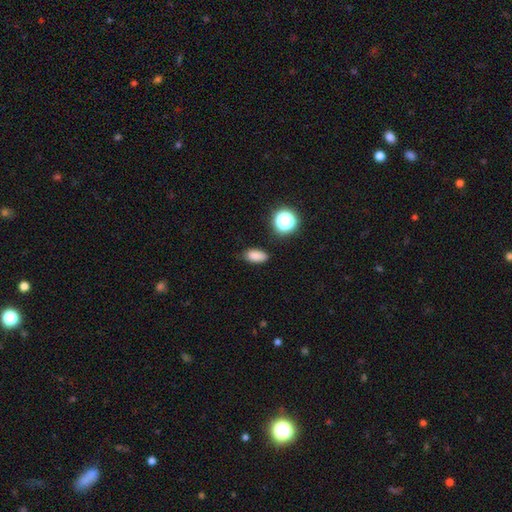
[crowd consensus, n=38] Smooth or featured: smooth — 87% (featured or disk — 11%)
How rounded: in between — 94% (round — 3%)
Merging: none — 84% (minor disturbance — 11%)